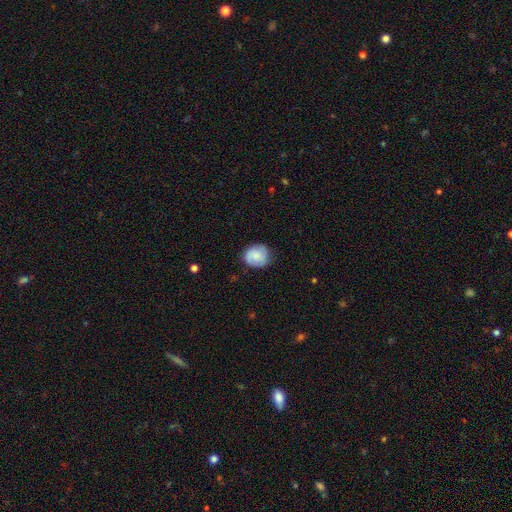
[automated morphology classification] Smooth or featured? smooth (71%)
How rounded? round (78%)
Merging? none (80%)